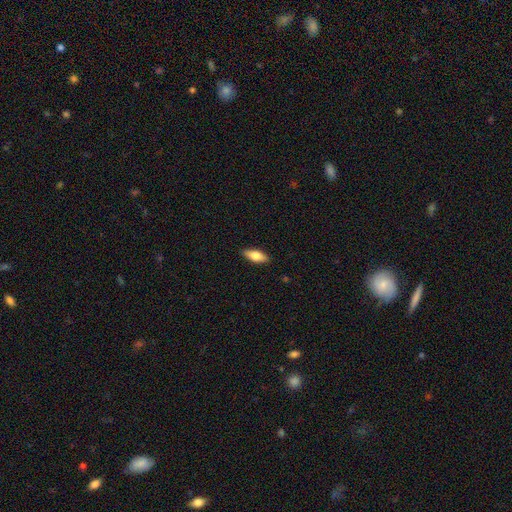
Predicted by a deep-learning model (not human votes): This appears to be a smooth galaxy with no disk features (77%) that is in between round and cigar-shaped (75%). Merging: none (88%).